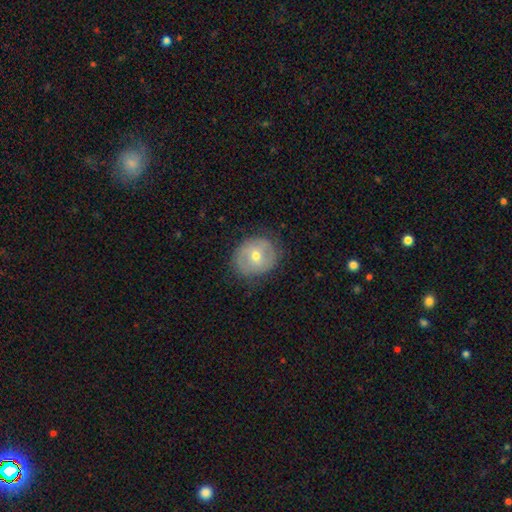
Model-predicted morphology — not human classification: Smooth or featured? featured or disk (55%)
Edge-on disk? no (96%)
Bar? no (54%)
Spiral arms? yes (56%)
Bulge size? moderate (60%)
Merging? none (77%)